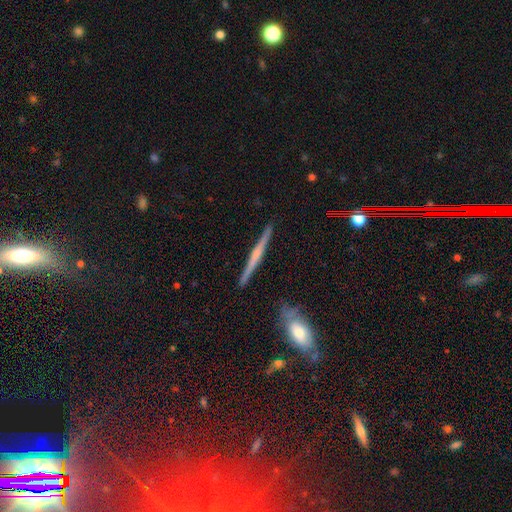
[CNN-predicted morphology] This is likely a featured or disk galaxy (66%). It is clearly viewed edge-on (98%). Edge-on bulge: marginally rounded (44%, tied with none). Merging: clearly none (90%).